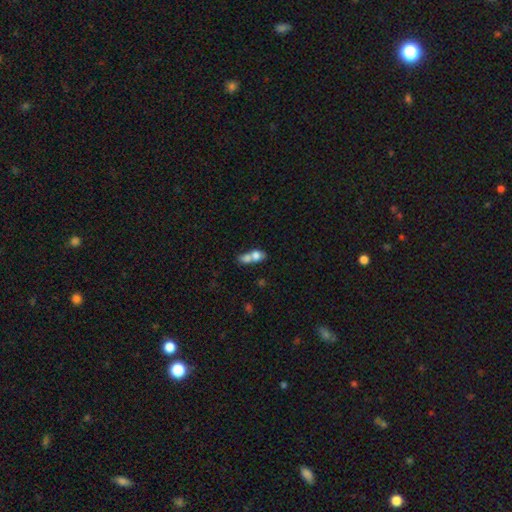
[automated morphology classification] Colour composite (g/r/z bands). It shows a smooth galaxy with no disk features (70%) that is in between round and cigar-shaped (57%). Merging: merger (73%).